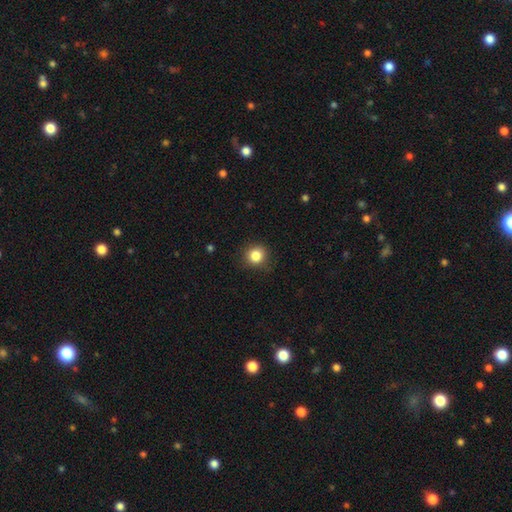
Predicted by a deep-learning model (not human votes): smooth 84%, star or artifact 11%, featured or disk 5%. Down the decision tree: how rounded — round (89%); merging — none (86%).